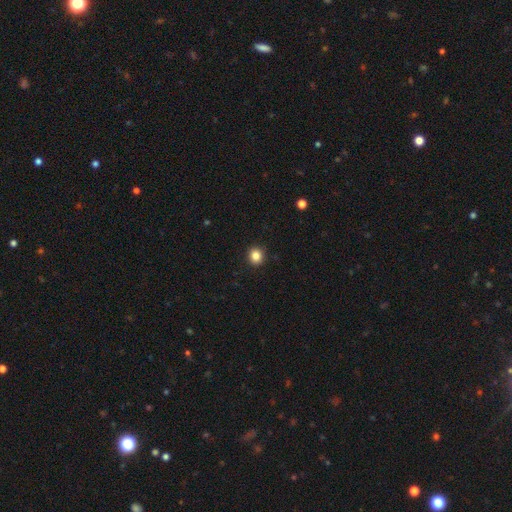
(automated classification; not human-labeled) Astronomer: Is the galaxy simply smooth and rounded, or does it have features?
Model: smooth — 85%.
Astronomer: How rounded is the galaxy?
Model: round — 87%.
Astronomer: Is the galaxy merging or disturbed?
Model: none — 93%.